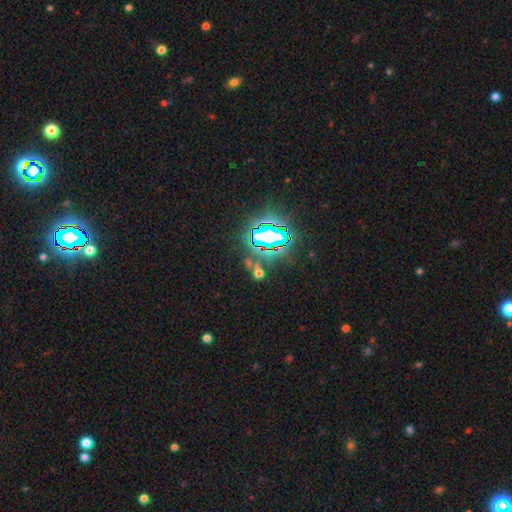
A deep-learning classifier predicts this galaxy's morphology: Smooth or featured? star or artifact (85%)